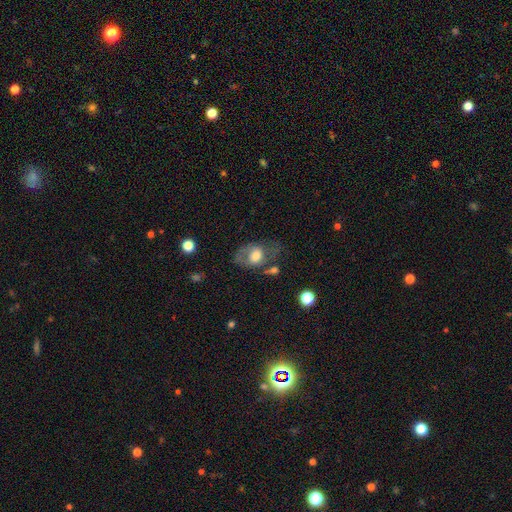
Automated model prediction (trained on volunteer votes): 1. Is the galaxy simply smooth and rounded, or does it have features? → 57% smooth, 35% featured or disk, 8% star or artifact.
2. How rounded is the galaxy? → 74% in between, 25% round, 1% cigar-shaped.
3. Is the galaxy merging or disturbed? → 46% none, 24% minor disturbance, 22% major disturbance, 7% merger.